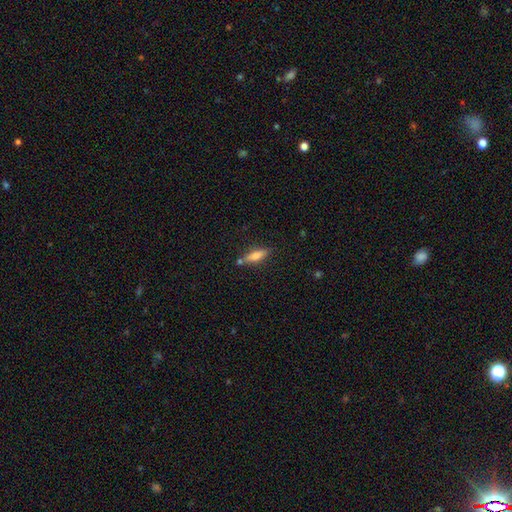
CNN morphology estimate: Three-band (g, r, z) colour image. It shows a smooth galaxy with no disk features (68%) that is cigar-shaped (55%). Merging: none (72%).